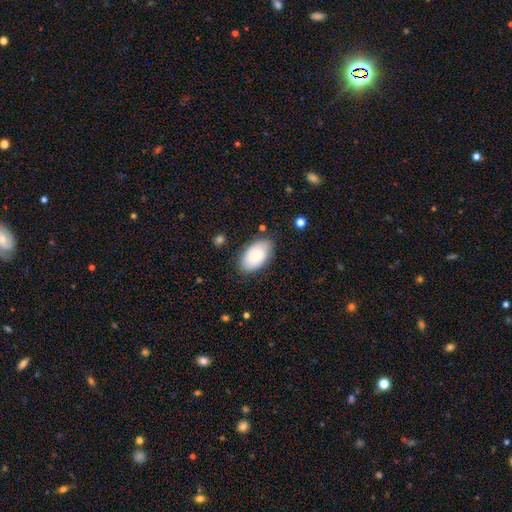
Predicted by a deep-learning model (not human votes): Overall: smooth (74%). How rounded: in between (94%). Merging: none (80%).